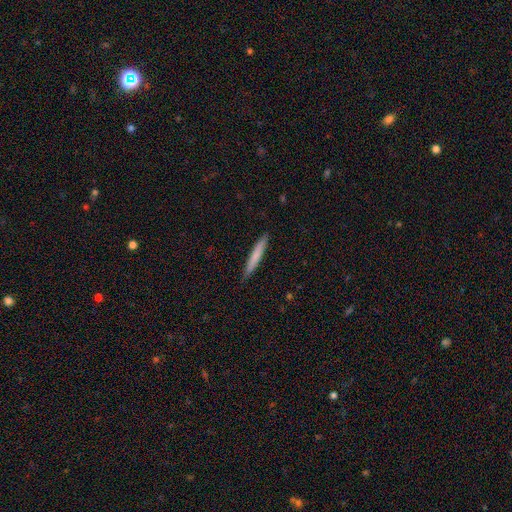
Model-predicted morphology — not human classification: smooth-or-featured: smooth: 72% | featured or disk: 23% | star or artifact: 5%
  how-rounded: cigar-shaped: 96% | in between: 3% | round: 1%
  merging: none: 88% | minor disturbance: 9% | major disturbance: 2% | merger: 1%